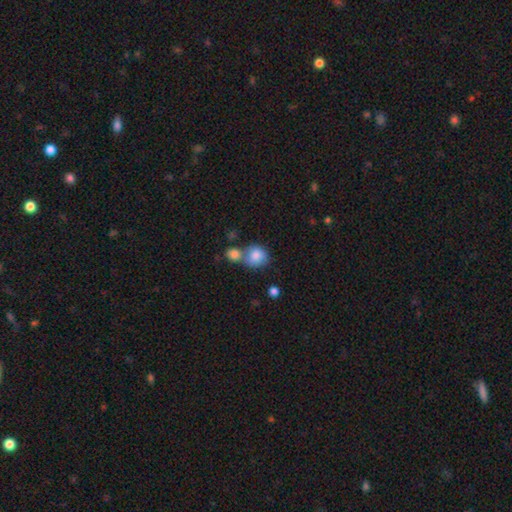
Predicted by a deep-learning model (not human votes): smooth 84%, featured or disk 8%, star or artifact 8%. Down the decision tree: how rounded — round (78%); merging — merger (47%).